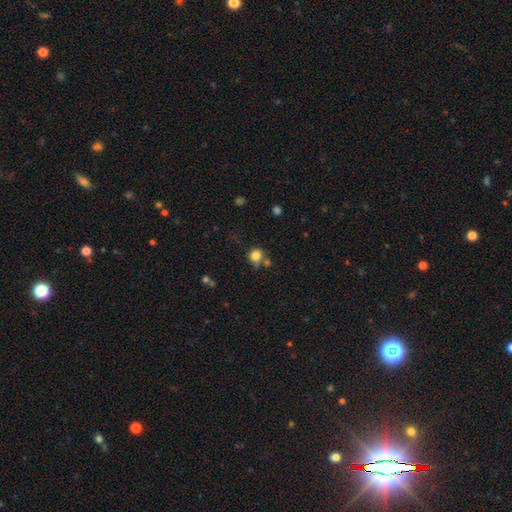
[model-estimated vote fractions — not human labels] This is clearly a smooth galaxy (81%). How rounded: clearly round (82%). Merging: possibly none (56%).